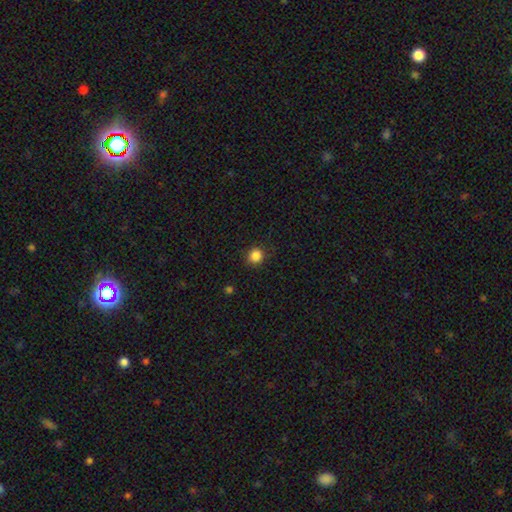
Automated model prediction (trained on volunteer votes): smooth_or_featured: smooth (p=0.85) [alt: star or artifact p=0.11]
how_rounded: round (p=0.92) [alt: in between p=0.07]
merging: none (p=0.89) [alt: minor disturbance p=0.08]